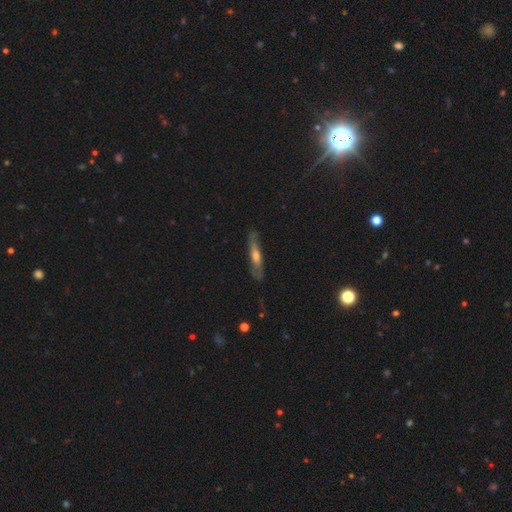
Volunteers were most divided on "smooth or featured": featured or disk: 57%, smooth: 35%, star or artifact: 8%. More confident: merging — none (86%); edge-on disk — yes (74%); edge-on bulge — rounded (71%).